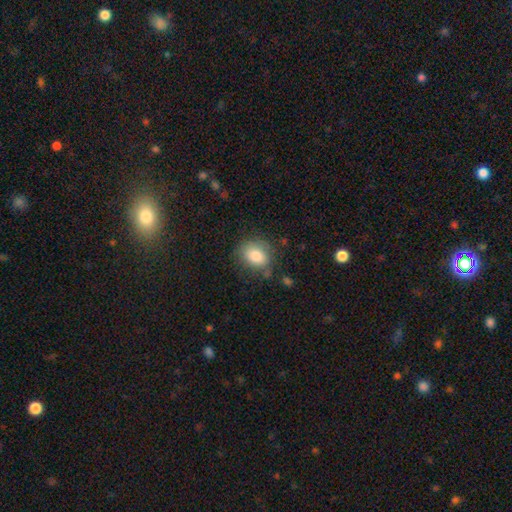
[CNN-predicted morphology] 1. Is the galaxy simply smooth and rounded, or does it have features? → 82% smooth, 9% featured or disk, 8% star or artifact.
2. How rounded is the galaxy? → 57% in between, 41% round, 1% cigar-shaped.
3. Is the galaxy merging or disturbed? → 72% none, 19% minor disturbance, 6% major disturbance, 3% merger.